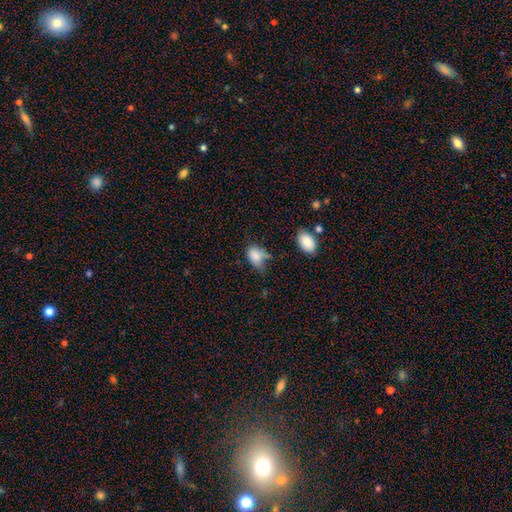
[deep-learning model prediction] A smooth galaxy with no disk features (81%) that is in between round and cigar-shaped (84%). Merging: minor disturbance (37%).